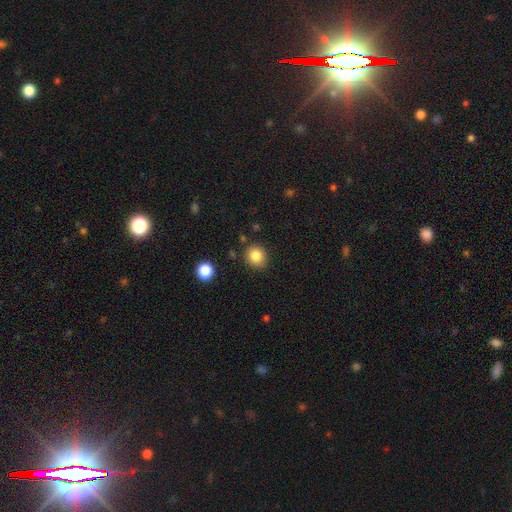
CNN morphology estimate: A smooth galaxy with no disk features (85%) that is round (81%). Merging: none (85%).